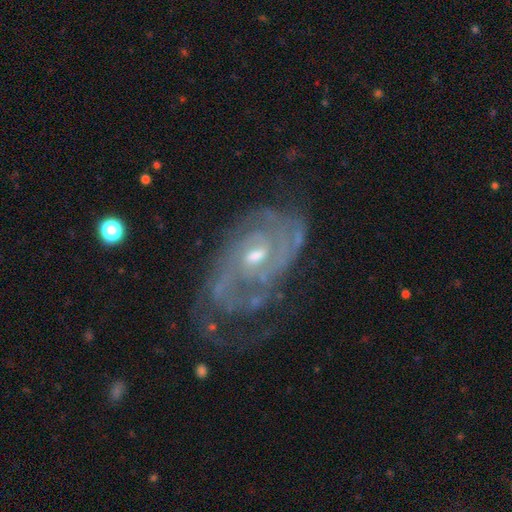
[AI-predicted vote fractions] smooth_or_featured: featured or disk (p=0.88) [alt: star or artifact p=0.06]
disk_edge_on: no (p=0.96) [alt: yes p=0.04]
bar: no (p=0.57) [alt: weak p=0.35]
has_spiral_arms: yes (p=0.95) [alt: no p=0.05]
spiral_winding: tight (p=0.62) [alt: medium p=0.31]
spiral_arm_count: 2 (p=0.38) [alt: can't tell p=0.28]
bulge_size: moderate (p=0.50) [alt: small p=0.46]
merging: none (p=0.59) [alt: minor disturbance p=0.24]